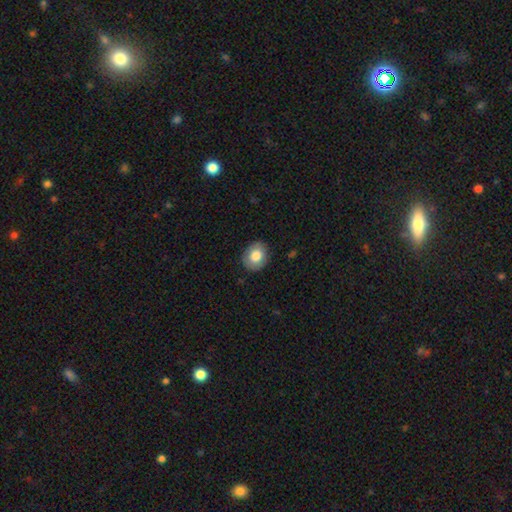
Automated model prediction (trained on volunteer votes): Smooth or featured?
  - smooth: 80% *
  - featured or disk: 12%
  - star or artifact: 7%
How rounded?
  - round: 56% *
  - in between: 43%
  - cigar-shaped: 1%
Merging?
  - none: 87% *
  - minor disturbance: 10%
  - major disturbance: 2%
  - merger: 1%